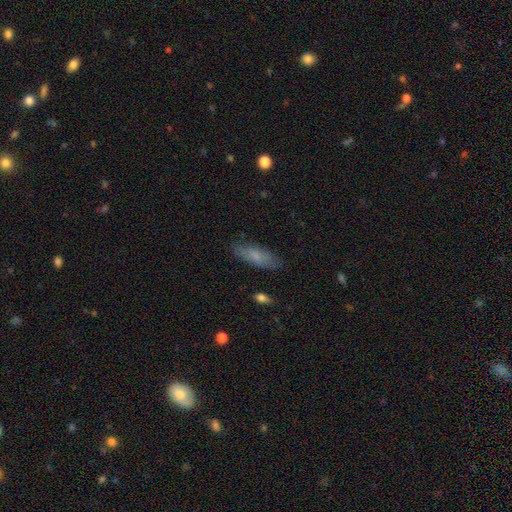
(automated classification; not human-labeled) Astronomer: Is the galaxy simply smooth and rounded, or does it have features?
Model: smooth — 74%.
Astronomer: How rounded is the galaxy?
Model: in between — 49% (runner-up: cigar-shaped, 48%).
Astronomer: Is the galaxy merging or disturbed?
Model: none — 83%.